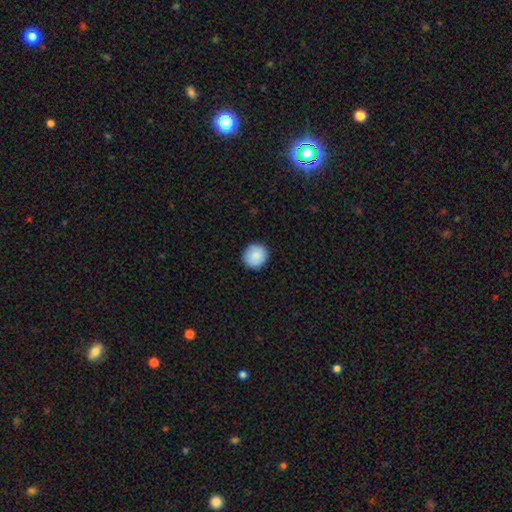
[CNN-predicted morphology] A smooth galaxy with no disk features (89%) that is round (93%). Merging: none (92%).